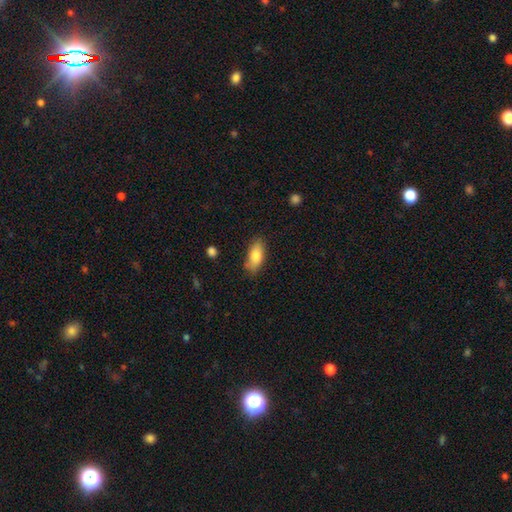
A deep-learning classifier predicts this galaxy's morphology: A smooth galaxy with no disk features (80%) that is in between round and cigar-shaped (84%). Merging: none (80%).